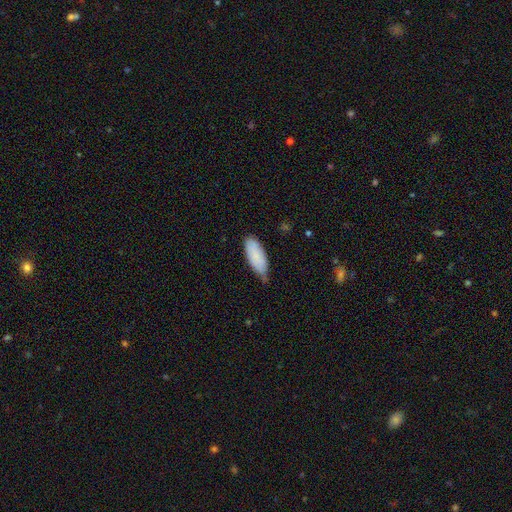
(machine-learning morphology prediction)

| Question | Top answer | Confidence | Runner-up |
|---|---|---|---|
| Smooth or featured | smooth | 85% | featured or disk (8%) |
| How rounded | in between | 79% | cigar-shaped (19%) |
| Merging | none | 50% | minor disturbance (41%) |